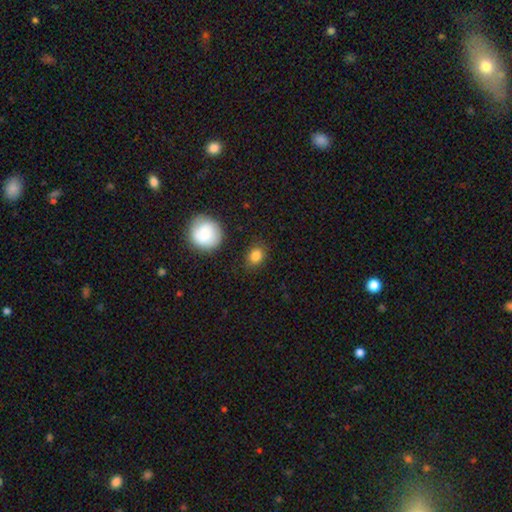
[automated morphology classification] This is clearly a smooth galaxy (84%). How rounded: possibly in between (50%). Merging: clearly none (81%).